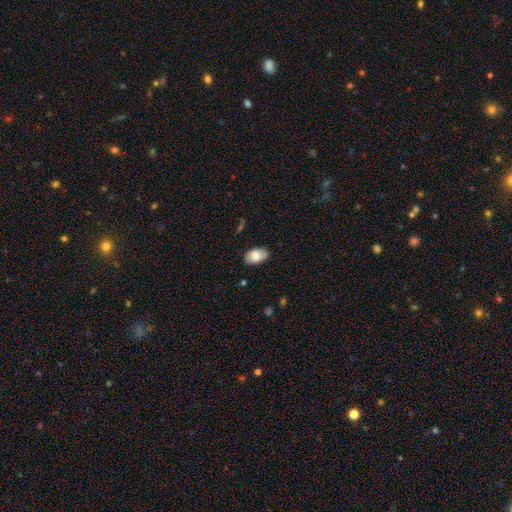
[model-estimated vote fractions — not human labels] This is clearly a smooth galaxy (82%). How rounded: clearly in between (91%). Merging: clearly none (82%).